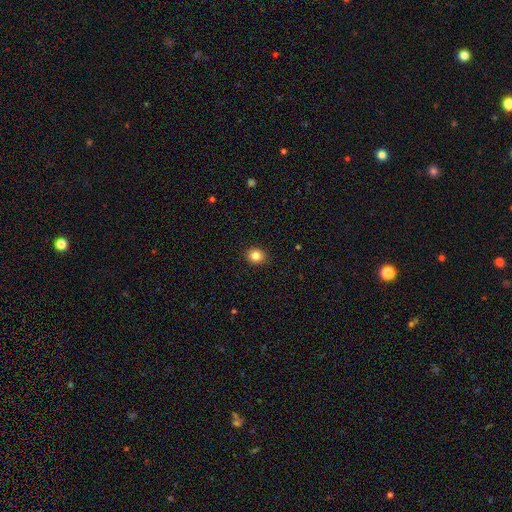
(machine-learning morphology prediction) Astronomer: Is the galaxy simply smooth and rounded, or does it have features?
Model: smooth — 84%.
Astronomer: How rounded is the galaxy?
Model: round — 78%.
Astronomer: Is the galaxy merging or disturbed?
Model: none — 91%.